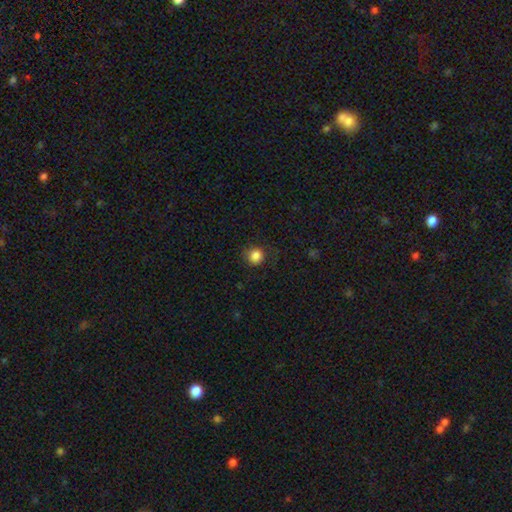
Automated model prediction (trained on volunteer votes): The model was most divided on "merging": none: 84%, minor disturbance: 12%, major disturbance: 4%, merger: 1%. More confident: how rounded — round (91%); smooth or featured — smooth (85%).